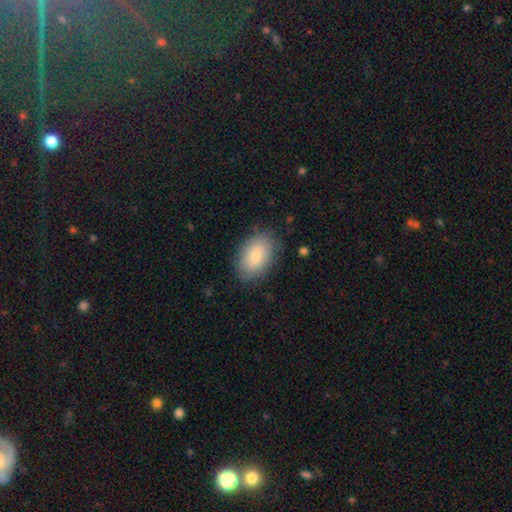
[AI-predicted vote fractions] smooth 82%, featured or disk 12%, star or artifact 6%. Down the decision tree: how rounded — in between (90%); merging — none (82%).